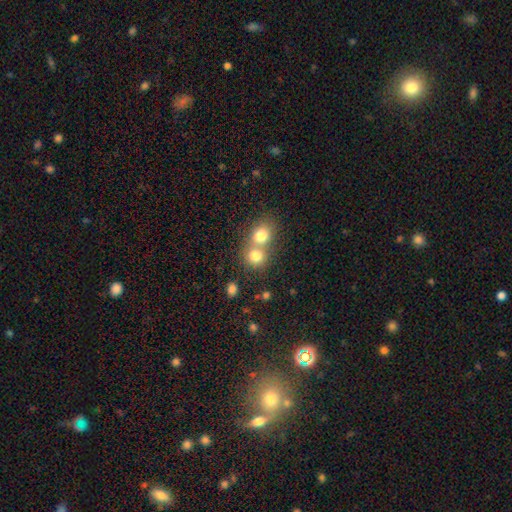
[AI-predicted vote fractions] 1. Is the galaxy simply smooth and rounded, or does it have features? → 78% smooth, 11% star or artifact, 10% featured or disk.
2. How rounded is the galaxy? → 79% round, 20% in between, 1% cigar-shaped.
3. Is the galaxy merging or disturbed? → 55% merger, 37% none, 5% minor disturbance, 2% major disturbance.